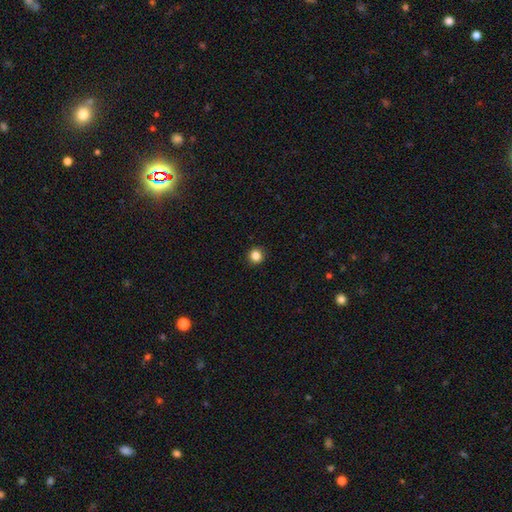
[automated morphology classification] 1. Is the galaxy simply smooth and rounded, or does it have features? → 85% smooth, 11% star or artifact, 4% featured or disk.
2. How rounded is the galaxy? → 91% round, 8% in between, 1% cigar-shaped.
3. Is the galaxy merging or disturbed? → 92% none, 5% minor disturbance, 2% major disturbance, 1% merger.